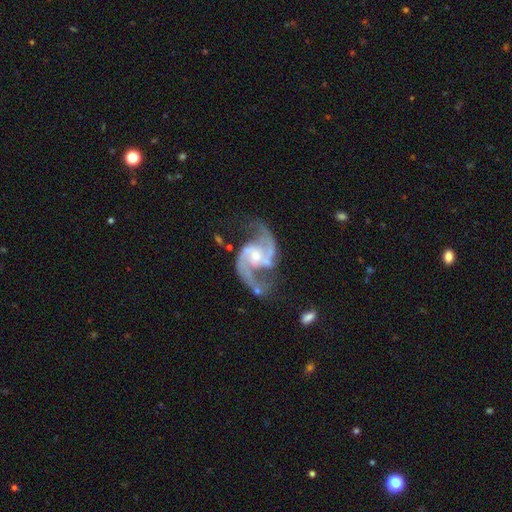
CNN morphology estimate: This appears to be a featured or disk galaxy (93%) with no bar (45%), 2 (93%) medium (55%) spiral arms (98%) and a small central bulge (52%). Merging: none (65%).